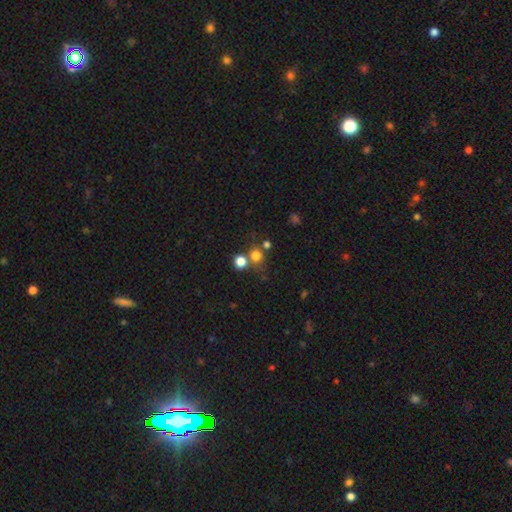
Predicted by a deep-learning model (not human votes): smooth_or_featured: smooth (p=0.73) [alt: star or artifact p=0.19]
how_rounded: round (p=0.87) [alt: in between p=0.12]
merging: none (p=0.63) [alt: merger p=0.24]